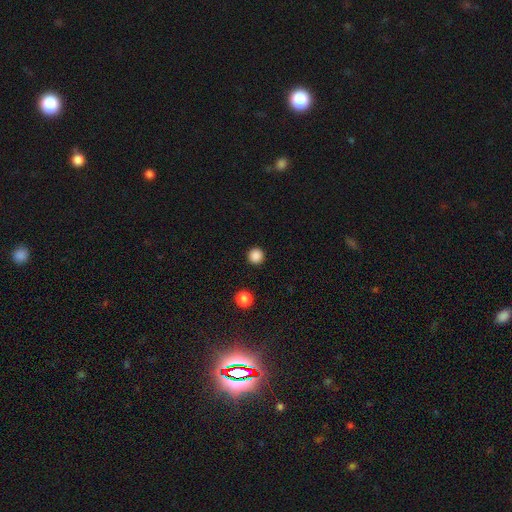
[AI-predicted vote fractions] Q: Smooth or featured?
A: smooth (86%); runner-up: star or artifact (11%)
Q: How rounded?
A: round (96%); runner-up: in between (3%)
Q: Merging?
A: none (93%); runner-up: minor disturbance (4%)